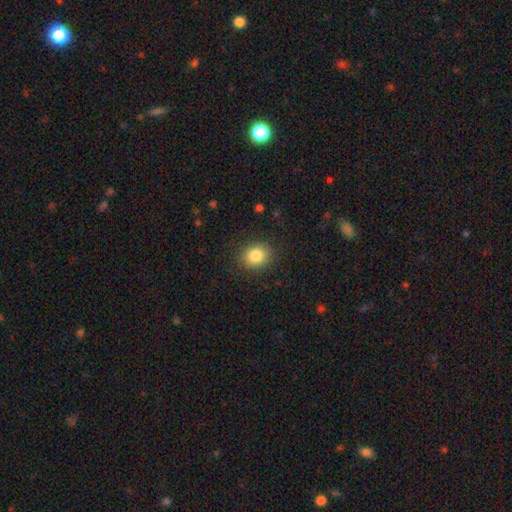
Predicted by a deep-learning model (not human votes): Q: Smooth or featured?
A: smooth (84%); runner-up: star or artifact (10%)
Q: How rounded?
A: round (61%); runner-up: in between (38%)
Q: Merging?
A: none (87%); runner-up: minor disturbance (9%)